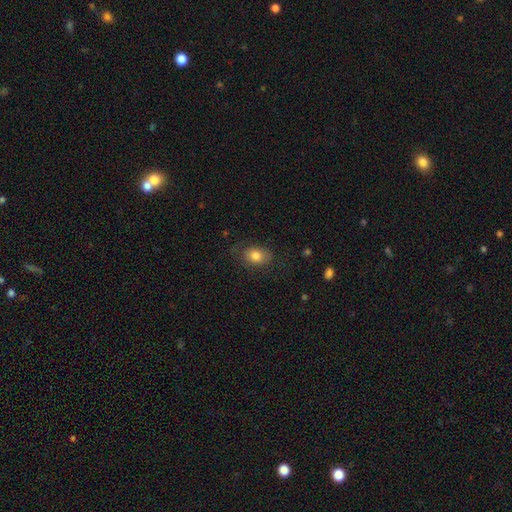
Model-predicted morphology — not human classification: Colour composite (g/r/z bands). It shows a smooth galaxy with no disk features (80%) that is in between round and cigar-shaped (71%). Merging: none (74%).